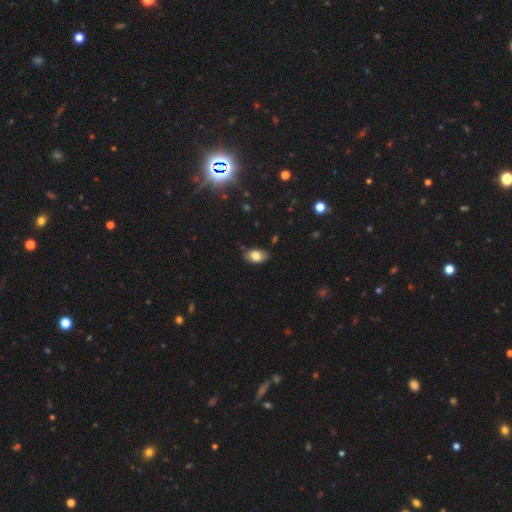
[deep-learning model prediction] Smooth or featured? Predicted: smooth (p=0.80). How rounded? Predicted: in between (p=0.90). Merging? Predicted: none (p=0.77).